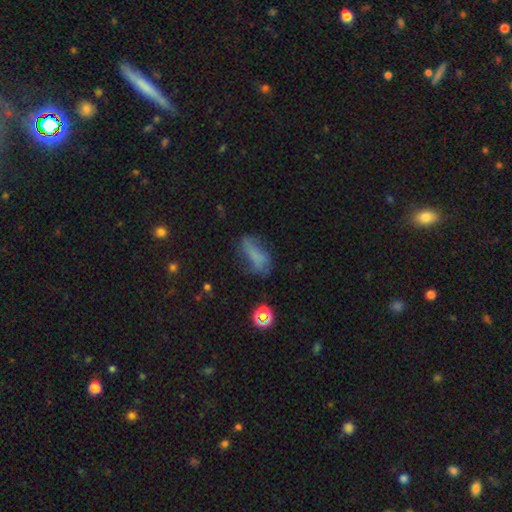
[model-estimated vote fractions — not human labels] This appears to be a smooth galaxy with no disk features (58%) that is in between round and cigar-shaped (66%). Merging: none (45%).